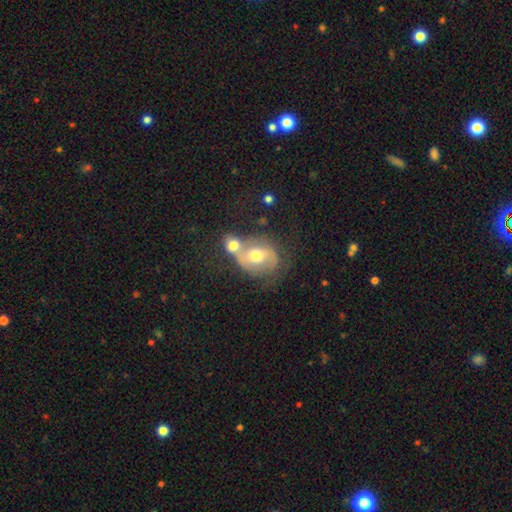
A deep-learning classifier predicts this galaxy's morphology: smooth-or-featured: featured or disk: 57% | smooth: 32% | star or artifact: 11%
  disk-edge-on: no: 96% | yes: 4%
    bar: no: 59% | weak: 30% | strong: 11%
    has-spiral-arms: yes: 63% | no: 37%
    bulge-size: moderate: 72% | small: 16% | large: 9% | none: 2% | dominant: 2%
  merging: merger: 43% | none: 35% | minor disturbance: 13% | major disturbance: 9%